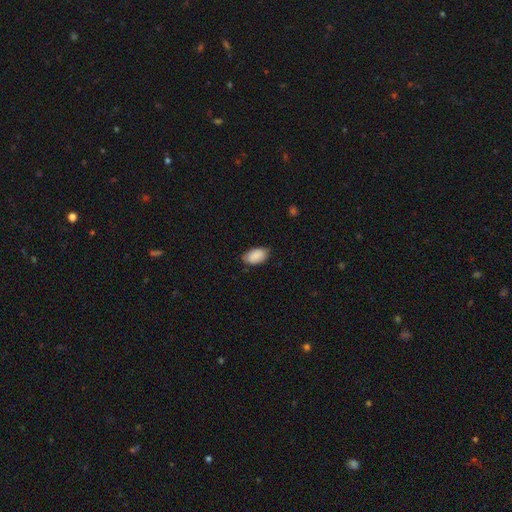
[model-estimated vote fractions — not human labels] This is clearly a smooth galaxy (88%). How rounded: clearly in between (94%). Merging: likely none (75%).